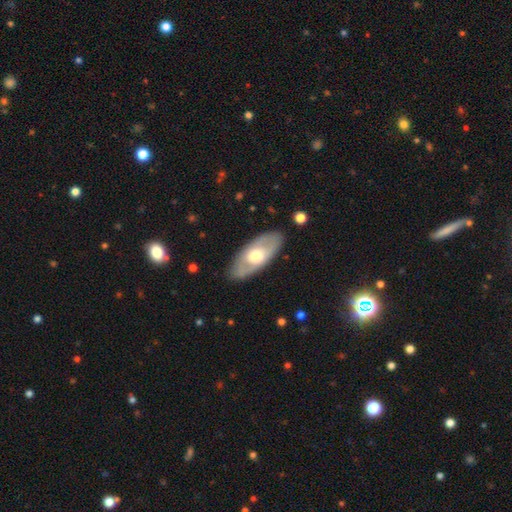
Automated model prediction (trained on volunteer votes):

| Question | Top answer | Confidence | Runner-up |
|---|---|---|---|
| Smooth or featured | featured or disk | 49% | smooth (47%) |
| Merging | none | 85% | minor disturbance (11%) |